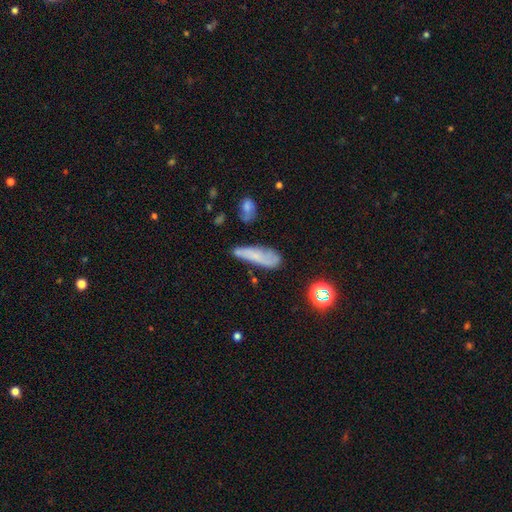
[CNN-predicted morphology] smooth-or-featured: smooth: 56% | featured or disk: 31% | star or artifact: 14%
  how-rounded: cigar-shaped: 59% | in between: 37% | round: 4%
  merging: none: 52% | minor disturbance: 28% | major disturbance: 13% | merger: 7%